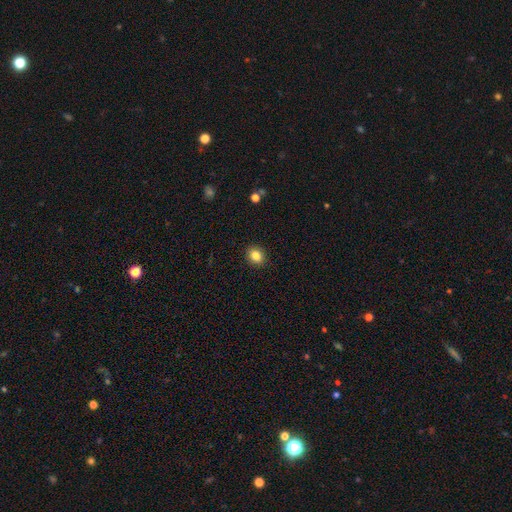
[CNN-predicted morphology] Smooth or featured? Predicted: smooth (p=0.84). How rounded? Predicted: round (p=0.58). Merging? Predicted: none (p=0.91).